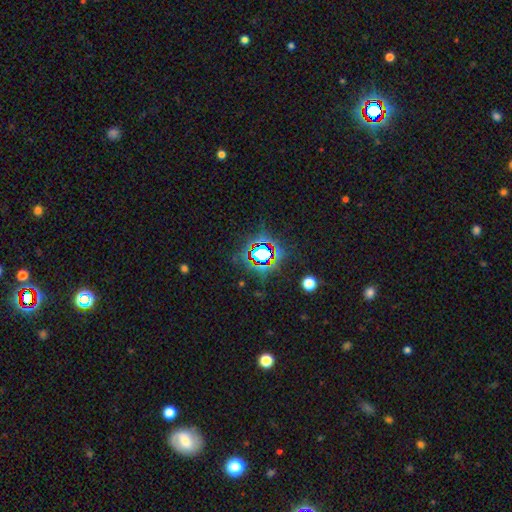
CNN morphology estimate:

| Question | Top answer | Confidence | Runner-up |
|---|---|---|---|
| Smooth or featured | star or artifact | 73% | smooth (16%) |